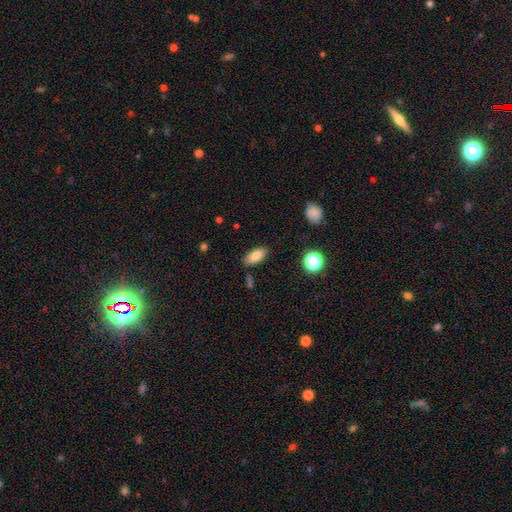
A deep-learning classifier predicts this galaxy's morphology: Overall: smooth (80%). How rounded: in between (87%). Merging: none (83%).